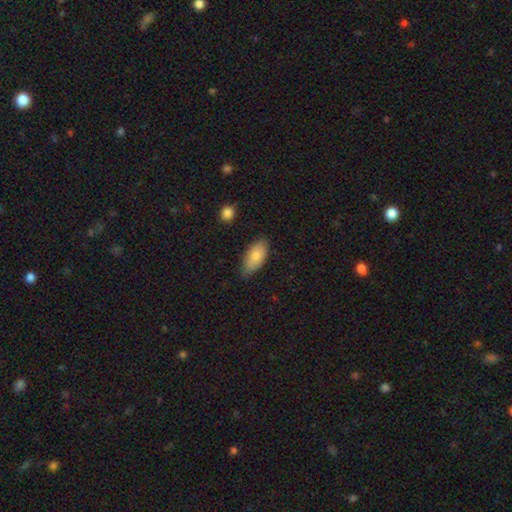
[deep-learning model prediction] Overall: smooth (81%). How rounded: in between (90%). Merging: none (77%).